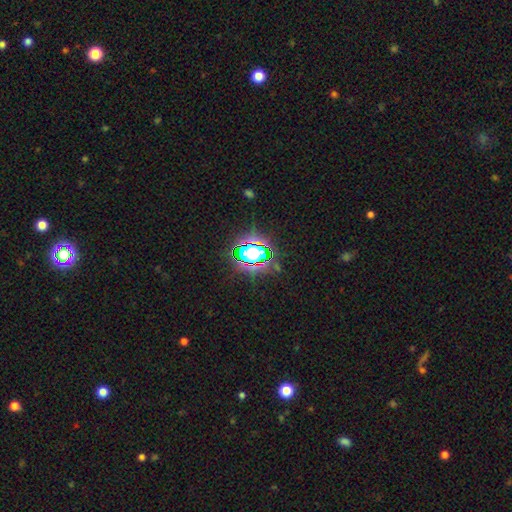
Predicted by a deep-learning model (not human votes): This is likely a star or artifact rather than a galaxy (67%).